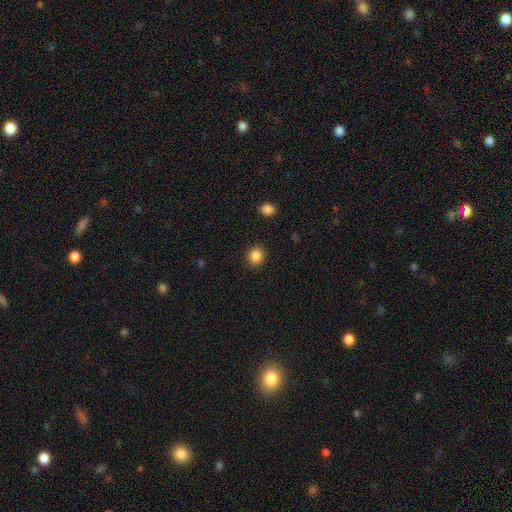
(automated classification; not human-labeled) smooth 86%, star or artifact 10%, featured or disk 4%. Down the decision tree: how rounded — round (79%); merging — none (91%).